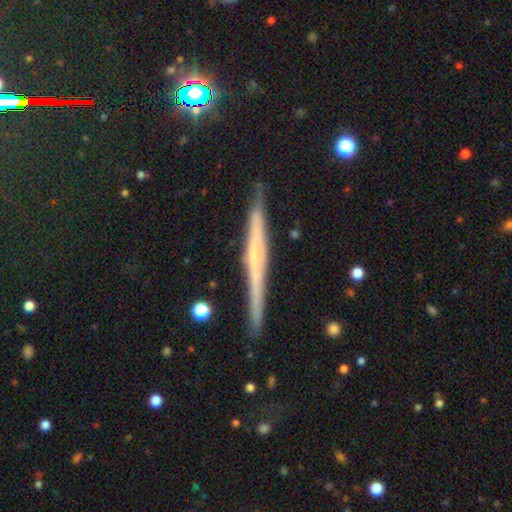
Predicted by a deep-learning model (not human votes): Overall: featured or disk (65%; smooth 27%). Edge-on disk: yes (98%). Edge-on bulge: none (61%; rounded 26%). Merging: none (88%).